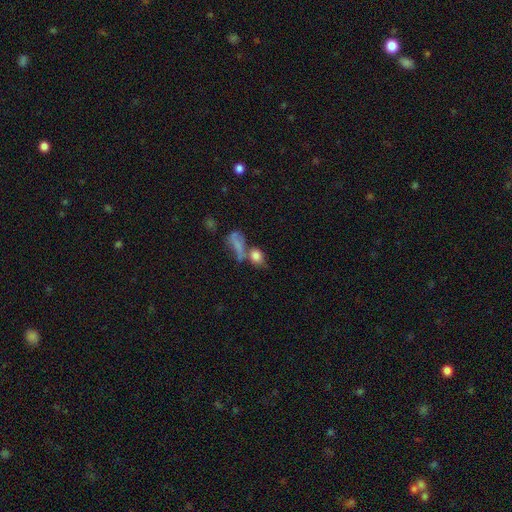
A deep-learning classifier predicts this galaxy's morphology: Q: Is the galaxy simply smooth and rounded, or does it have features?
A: smooth — 76%.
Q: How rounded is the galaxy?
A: in between — 57%.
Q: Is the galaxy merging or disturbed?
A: merger — 41%.